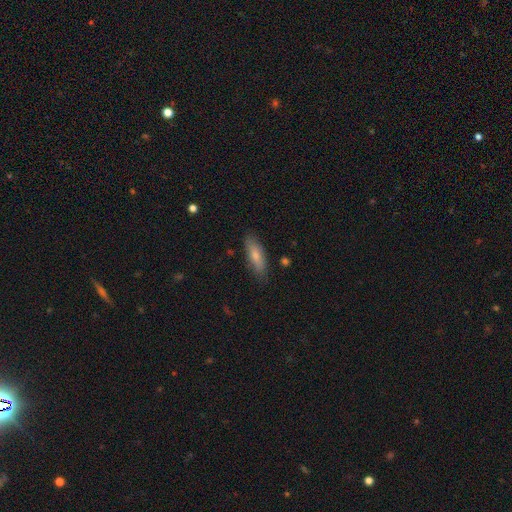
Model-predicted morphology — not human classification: Smooth or featured: smooth — 72% (featured or disk — 22%)
How rounded: in between — 53% (cigar-shaped — 45%)
Merging: none — 81% (minor disturbance — 14%)